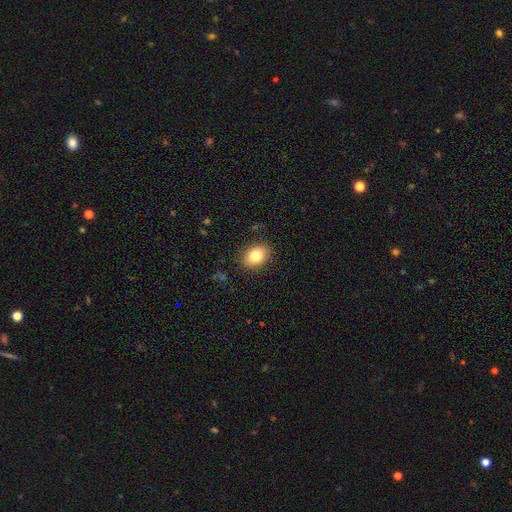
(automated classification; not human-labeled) A smooth galaxy with no disk features (81%) that is in between round and cigar-shaped (75%). Merging: none (86%).